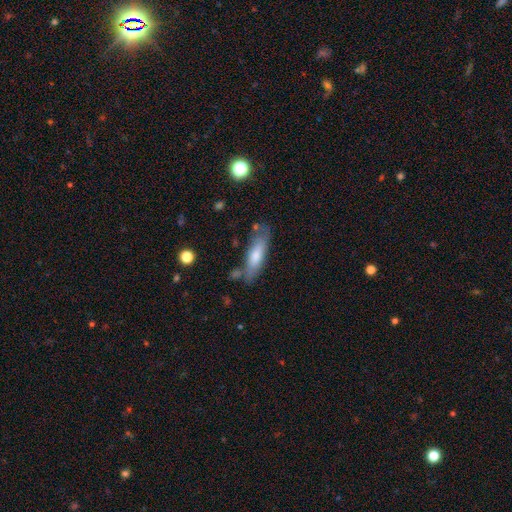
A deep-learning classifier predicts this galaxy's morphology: A smooth galaxy with no disk features (69%) that is cigar-shaped (54%). Merging: none (61%).